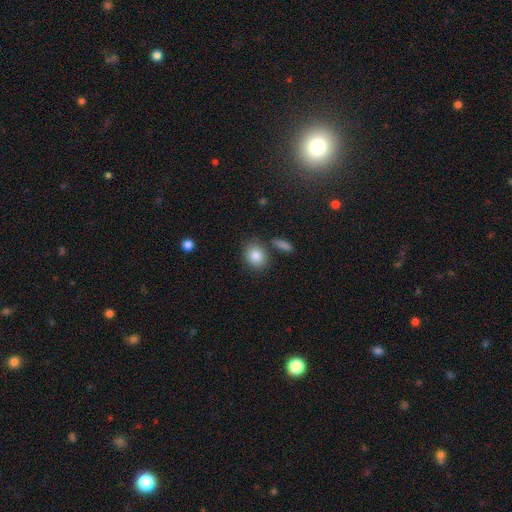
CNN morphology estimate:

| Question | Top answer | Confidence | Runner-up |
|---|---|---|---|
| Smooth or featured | smooth | 85% | star or artifact (8%) |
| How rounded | round | 57% | in between (42%) |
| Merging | none | 78% | minor disturbance (12%) |